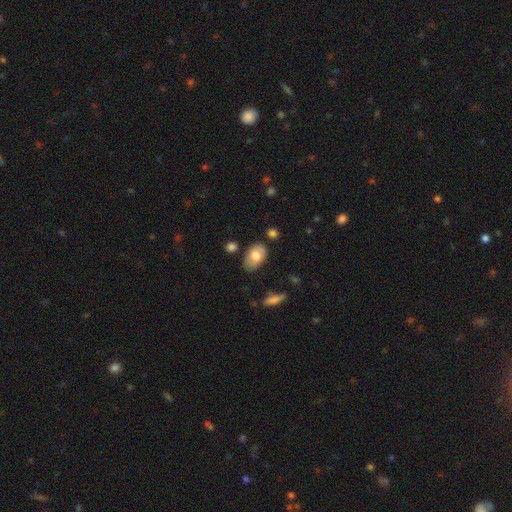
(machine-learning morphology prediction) This is likely a smooth galaxy (70%). How rounded: clearly in between (91%). Merging: likely none (67%).